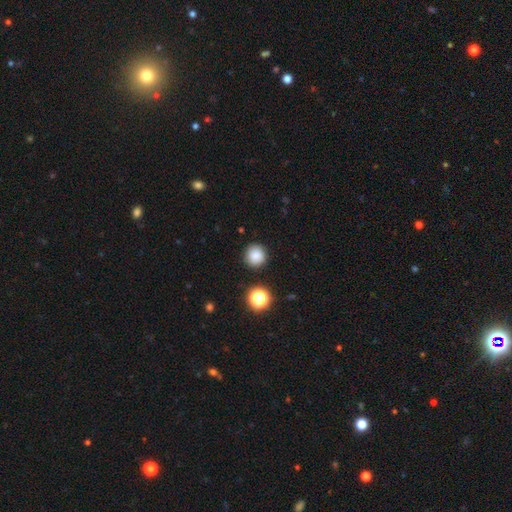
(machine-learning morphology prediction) type=smooth (84%); roundness=round (93%); merging=none (88%).